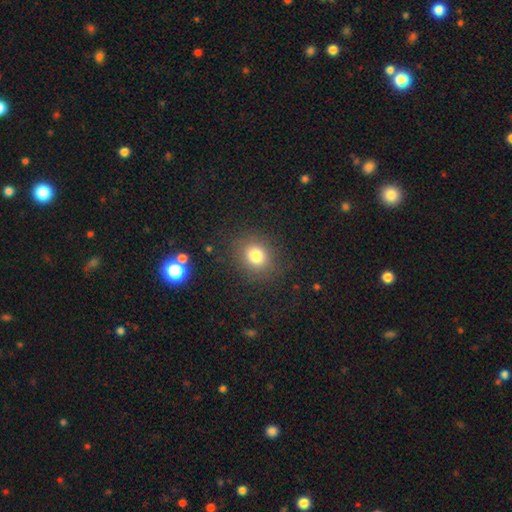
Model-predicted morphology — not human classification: Overall: smooth (79%). How rounded: round (72%). Merging: none (85%).